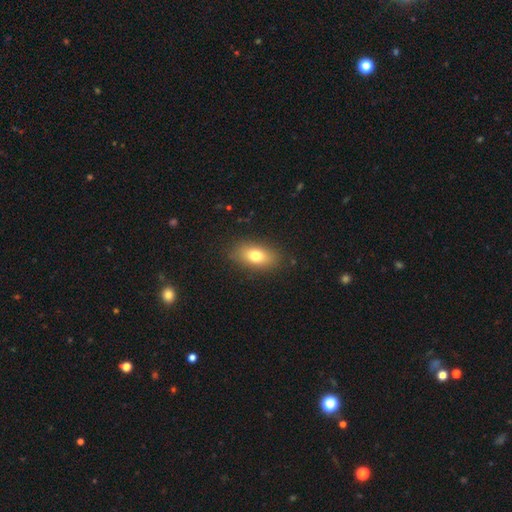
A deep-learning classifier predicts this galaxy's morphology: Smooth or featured? Predicted: smooth (p=0.75). How rounded? Predicted: in between (p=0.85). Merging? Predicted: none (p=0.86).